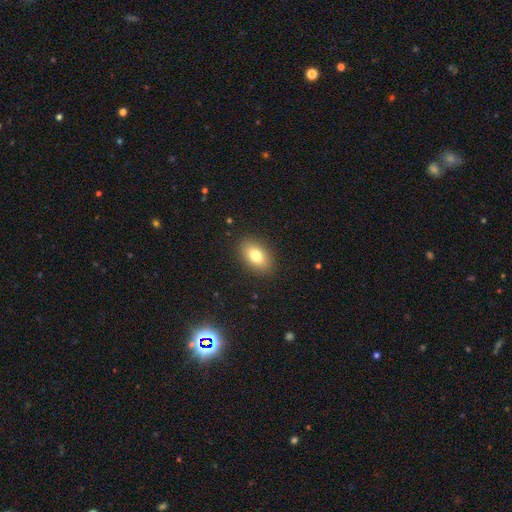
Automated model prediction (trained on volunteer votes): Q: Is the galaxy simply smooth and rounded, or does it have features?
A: smooth — 79%.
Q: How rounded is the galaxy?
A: in between — 88%.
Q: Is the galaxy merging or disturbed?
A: none — 88%.